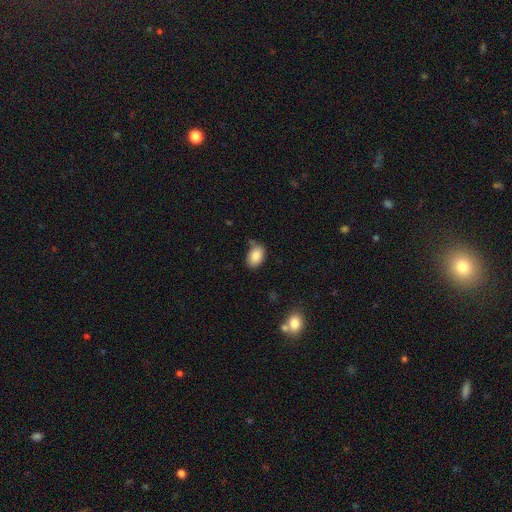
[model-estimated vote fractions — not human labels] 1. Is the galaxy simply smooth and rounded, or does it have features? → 86% smooth, 8% star or artifact, 6% featured or disk.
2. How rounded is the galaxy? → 84% in between, 15% round, 1% cigar-shaped.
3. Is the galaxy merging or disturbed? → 63% none, 25% minor disturbance, 6% major disturbance, 5% merger.